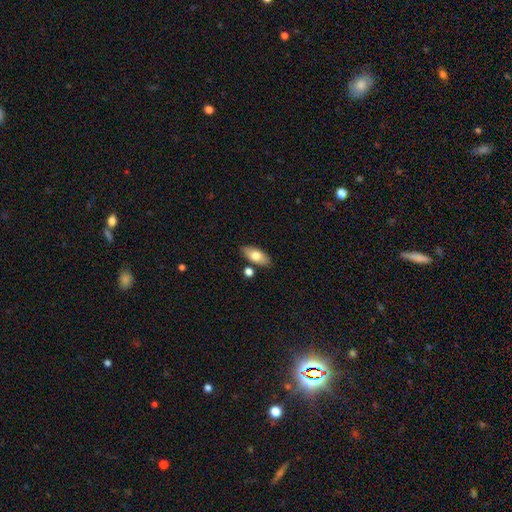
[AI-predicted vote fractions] A smooth galaxy with no disk features (75%) that is in between round and cigar-shaped (86%). Merging: none (82%).